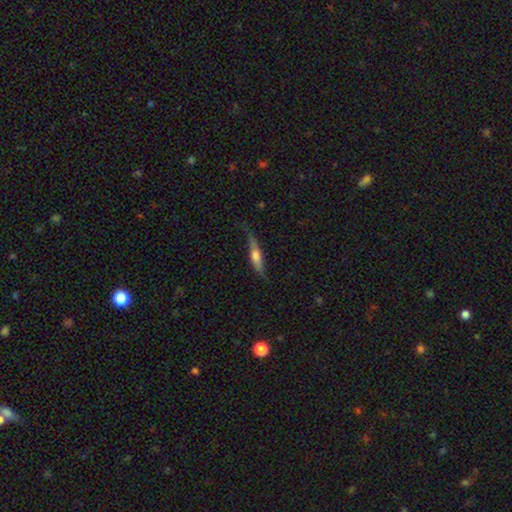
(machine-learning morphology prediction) This is possibly a featured or disk galaxy (47%). Merging: likely none (64%).